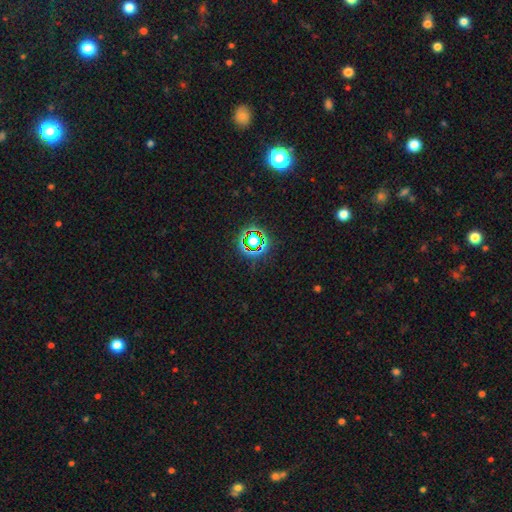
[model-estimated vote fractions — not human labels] A star or artifact, not a galaxy (76%).